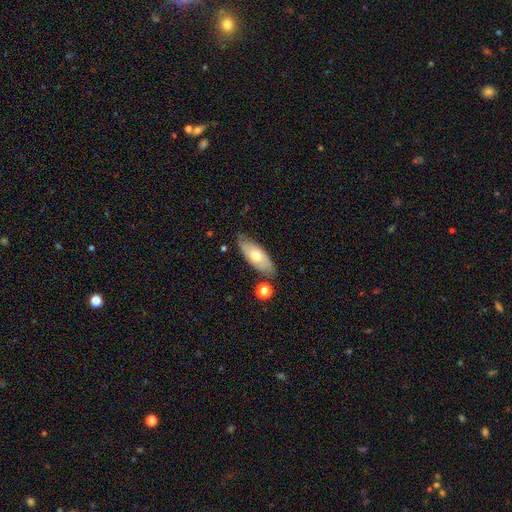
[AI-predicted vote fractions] smooth-or-featured: smooth: 54% | featured or disk: 40% | star or artifact: 6%
  how-rounded: in between: 78% | cigar-shaped: 19% | round: 3%
  merging: none: 73% | minor disturbance: 19% | merger: 5% | major disturbance: 4%